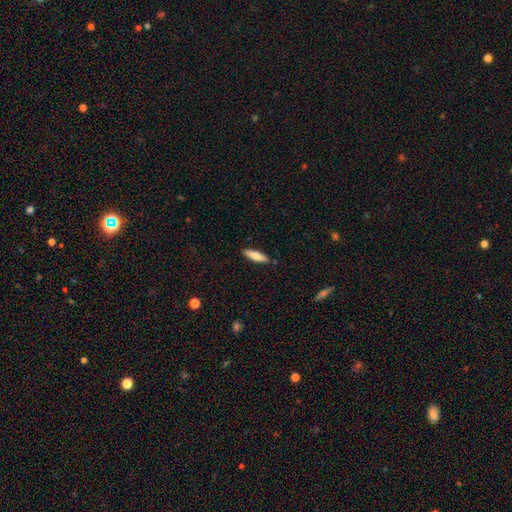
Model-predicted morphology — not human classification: Overall: smooth (78%). How rounded: cigar-shaped (62%; in between 36%). Merging: none (87%).